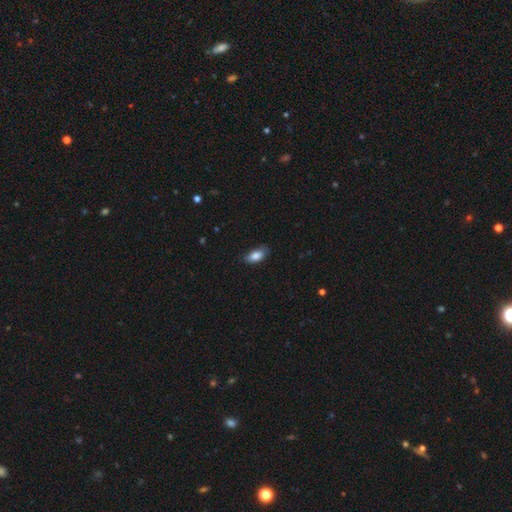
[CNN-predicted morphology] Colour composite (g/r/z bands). It shows a smooth galaxy with no disk features (85%) that is in between round and cigar-shaped (90%). Merging: none (77%).